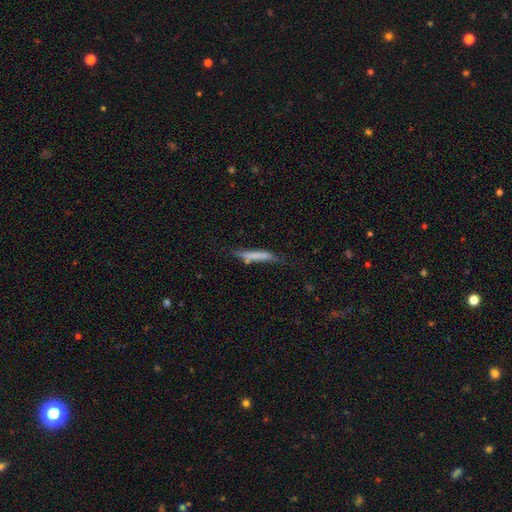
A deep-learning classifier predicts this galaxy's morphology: Smooth or featured?
  - smooth: 66% *
  - featured or disk: 27%
  - star or artifact: 7%
How rounded?
  - cigar-shaped: 93% *
  - in between: 6%
  - round: 1%
Merging?
  - none: 60% *
  - minor disturbance: 26%
  - major disturbance: 9%
  - merger: 5%